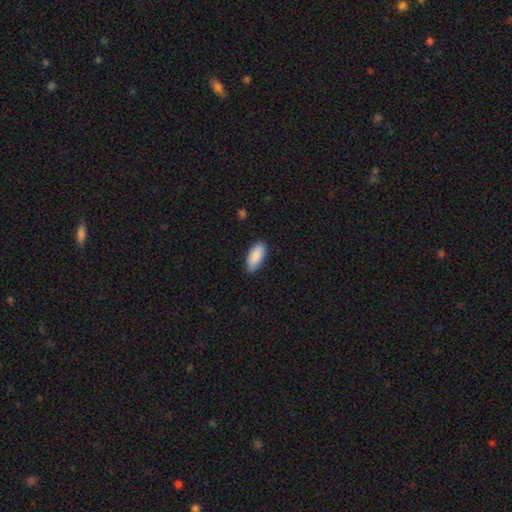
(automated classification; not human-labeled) smooth_or_featured: smooth (p=0.90) [alt: star or artifact p=0.06]
how_rounded: in between (p=0.89) [alt: cigar-shaped p=0.09]
merging: none (p=0.85) [alt: minor disturbance p=0.12]